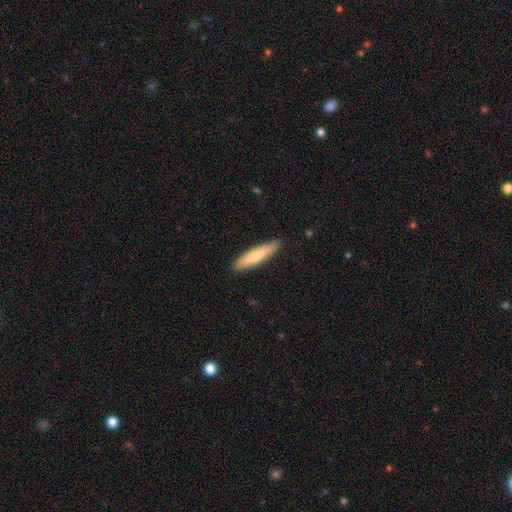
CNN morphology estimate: This appears to be a smooth galaxy with no disk features (74%) that is cigar-shaped (82%). Merging: none (90%).